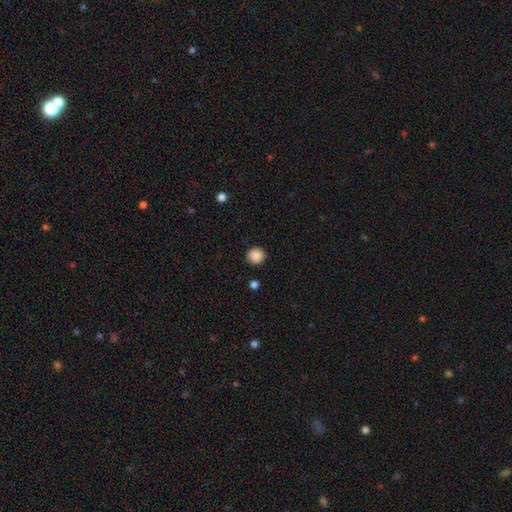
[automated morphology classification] smooth 88%, star or artifact 9%, featured or disk 3%. Down the decision tree: how rounded — round (92%); merging — none (89%).